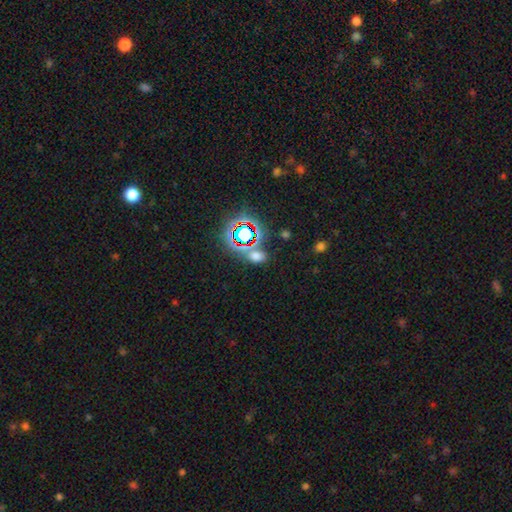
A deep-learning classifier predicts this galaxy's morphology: smooth 53%, star or artifact 39%, featured or disk 8%. Down the decision tree: how rounded — in between (71%); merging — none (66%).